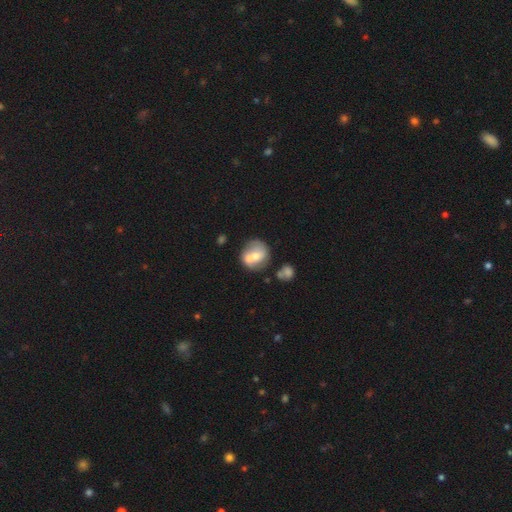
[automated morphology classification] Smooth or featured: smooth — 55% (featured or disk — 38%)
How rounded: round — 75% (in between — 24%)
Merging: merger — 50% (none — 34%)